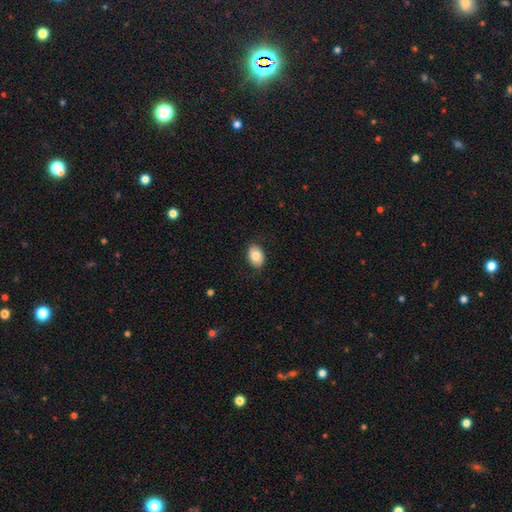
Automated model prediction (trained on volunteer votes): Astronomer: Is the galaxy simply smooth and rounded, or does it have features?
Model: smooth — 81%.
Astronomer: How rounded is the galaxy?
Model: in between — 77%.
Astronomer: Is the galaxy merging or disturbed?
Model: none — 85%.